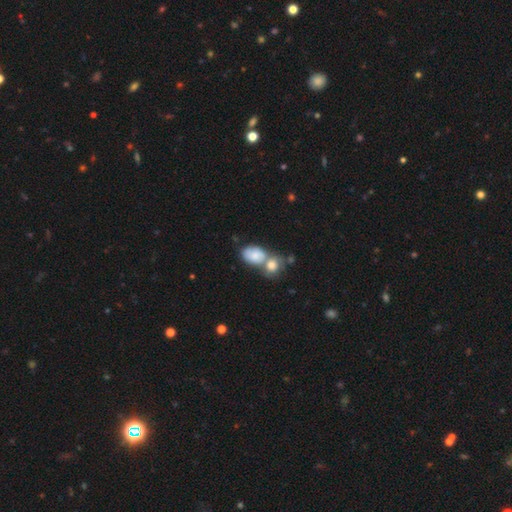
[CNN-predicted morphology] smooth-or-featured: smooth: 78% | featured or disk: 15% | star or artifact: 7%
  how-rounded: in between: 80% | round: 18% | cigar-shaped: 1%
  merging: merger: 61% | none: 23% | minor disturbance: 11% | major disturbance: 5%